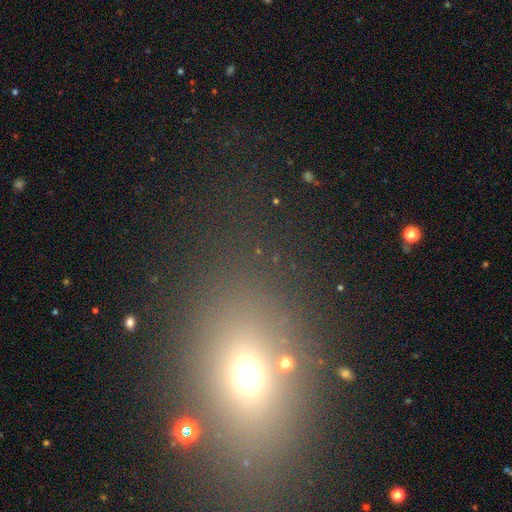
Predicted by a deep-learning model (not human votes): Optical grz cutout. It shows a smooth galaxy with no disk features (55%) that is in between round and cigar-shaped (57%). Merging: none (77%).